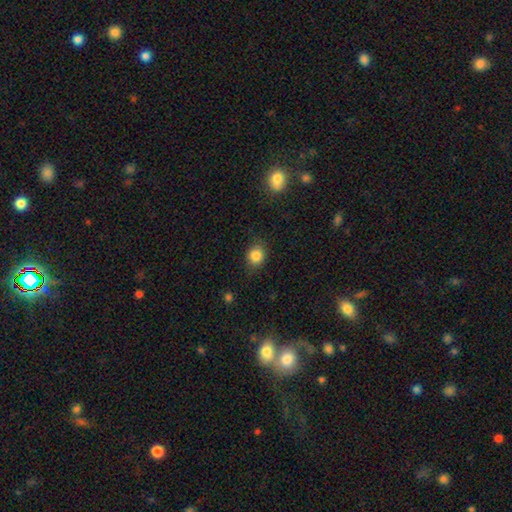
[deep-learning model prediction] Morphology: type=smooth (85%); roundness=round (72%); merging=none (79%).